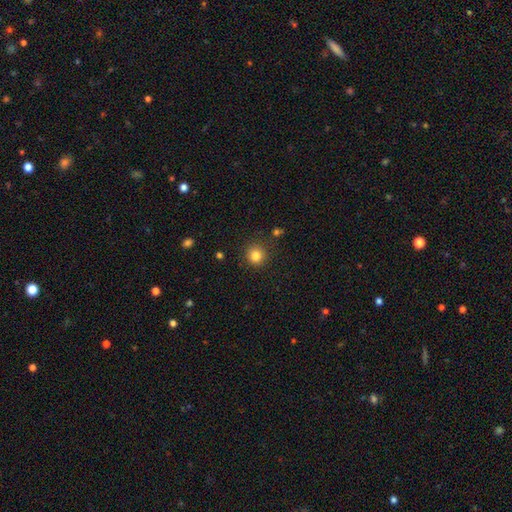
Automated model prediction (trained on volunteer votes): Overall: smooth (83%). How rounded: round (93%). Merging: none (88%).